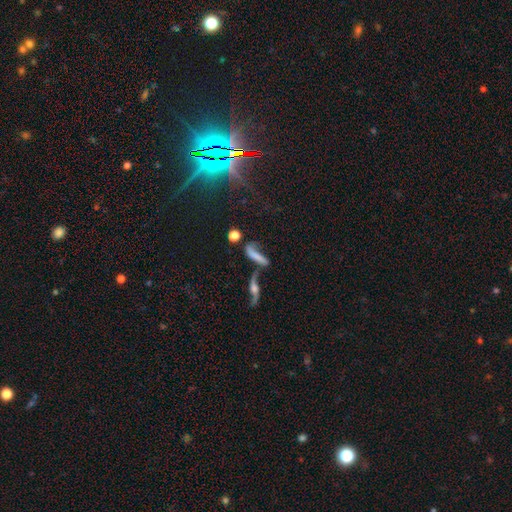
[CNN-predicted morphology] The model was most divided on "merging": none: 33%, merger: 32%, major disturbance: 19%, minor disturbance: 16%. Remaining: smooth or featured — featured or disk (44%).